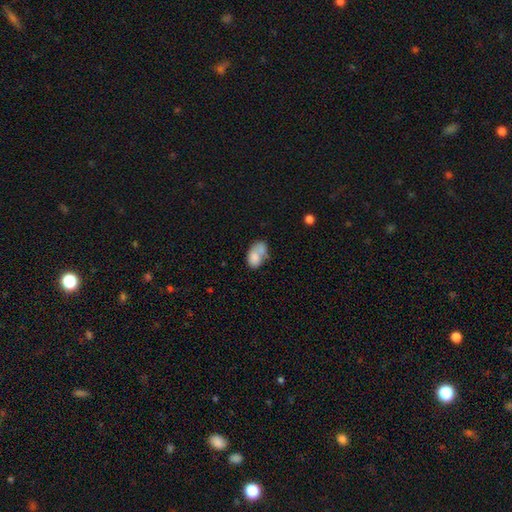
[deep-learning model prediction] smooth-or-featured: smooth: 75% | featured or disk: 17% | star or artifact: 8%
  how-rounded: in between: 87% | round: 11% | cigar-shaped: 2%
  merging: merger: 45% | none: 27% | minor disturbance: 17% | major disturbance: 11%